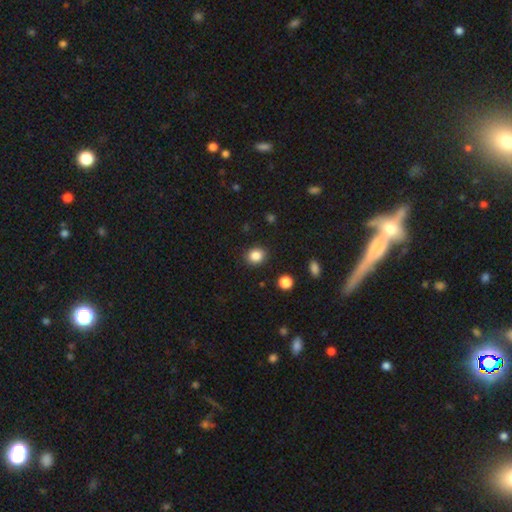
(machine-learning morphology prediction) The model was most divided on "how rounded": round: 68%, in between: 31%, cigar-shaped: 1%. More confident: merging — none (88%); smooth or featured — smooth (85%).